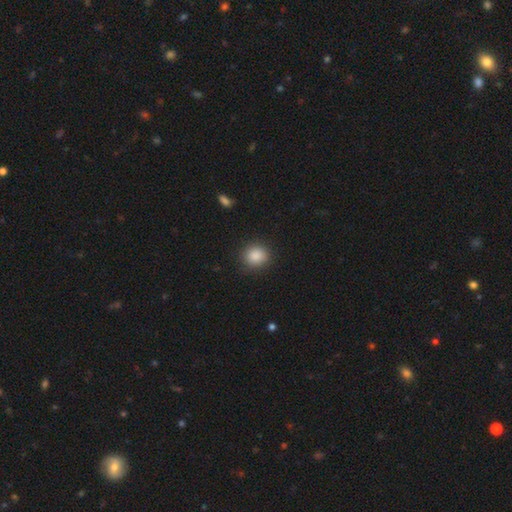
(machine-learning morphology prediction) Smooth or featured? Predicted: smooth (p=0.88). How rounded? Predicted: round (p=0.81). Merging? Predicted: none (p=0.87).